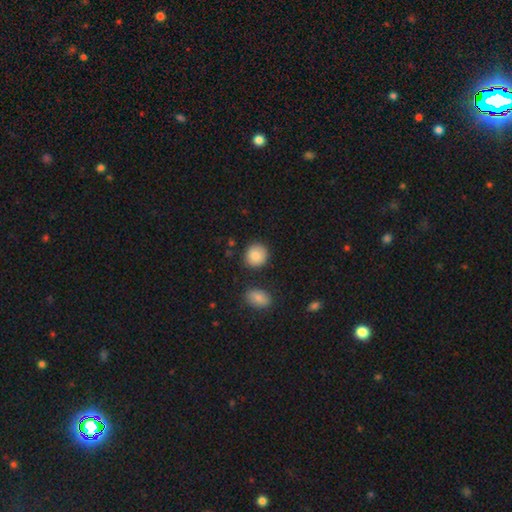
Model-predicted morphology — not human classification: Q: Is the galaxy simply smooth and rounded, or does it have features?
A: smooth — 87%.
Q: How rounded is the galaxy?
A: round — 85%.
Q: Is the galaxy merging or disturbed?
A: none — 85%.